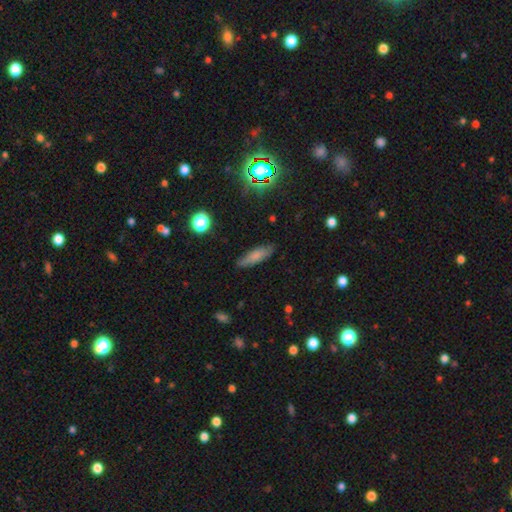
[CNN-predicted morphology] The model was most divided on "how rounded": cigar-shaped: 56%, in between: 42%, round: 2%. More confident: merging — none (84%); smooth or featured — smooth (74%).